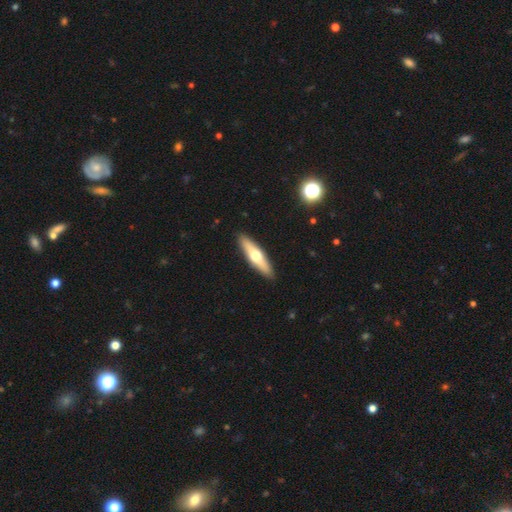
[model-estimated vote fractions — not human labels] A smooth galaxy with no disk features (50%).

Vote fractions:
- Smooth or featured? smooth: 50% / featured or disk: 45% / star or artifact: 5%
- Merging? none: 91% / minor disturbance: 7% / major disturbance: 1% / merger: 1%